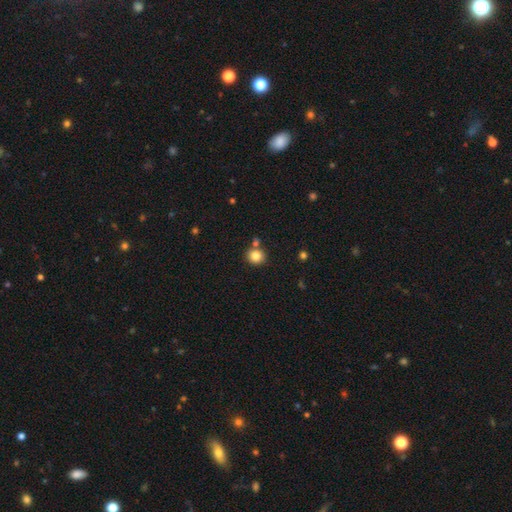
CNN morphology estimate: smooth_or_featured: smooth (p=0.83) [alt: star or artifact p=0.11]
how_rounded: round (p=0.84) [alt: in between p=0.15]
merging: none (p=0.73) [alt: merger p=0.15]